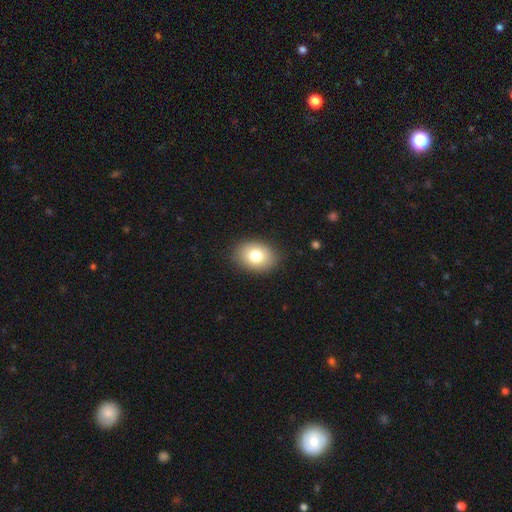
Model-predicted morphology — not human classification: This is likely a smooth galaxy (78%). How rounded: likely in between (70%). Merging: clearly none (87%).